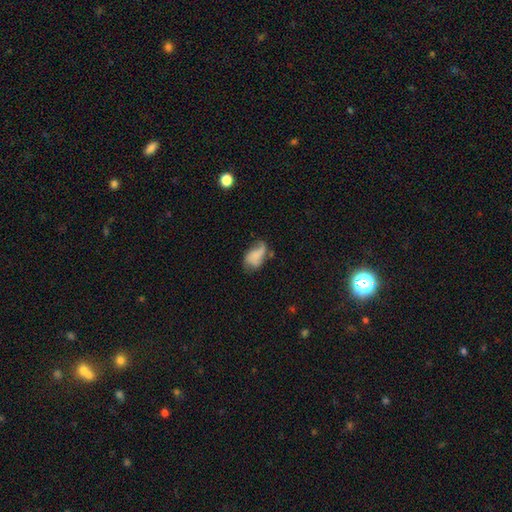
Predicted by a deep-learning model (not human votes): The model was most divided on "merging": none: 34%, minor disturbance: 32%, major disturbance: 28%, merger: 6%. More confident: how rounded — in between (88%); smooth or featured — smooth (55%).